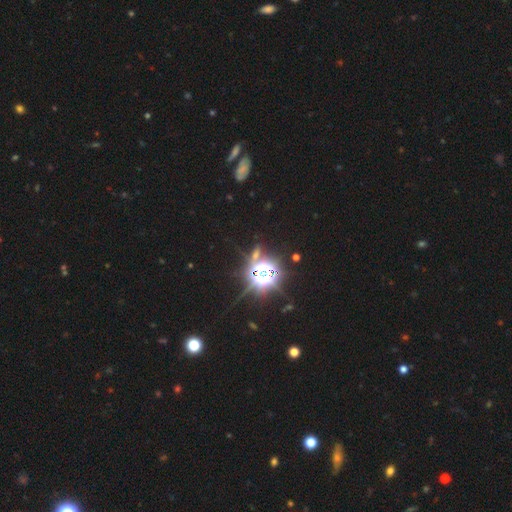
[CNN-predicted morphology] The model was most divided on "smooth or featured": star or artifact: 74%, smooth: 16%, featured or disk: 10%.